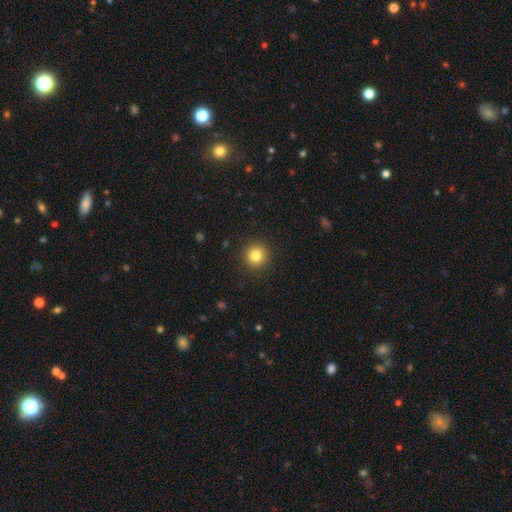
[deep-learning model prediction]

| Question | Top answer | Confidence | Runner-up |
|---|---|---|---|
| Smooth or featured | smooth | 82% | star or artifact (12%) |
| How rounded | round | 95% | in between (4%) |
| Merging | none | 91% | minor disturbance (5%) |